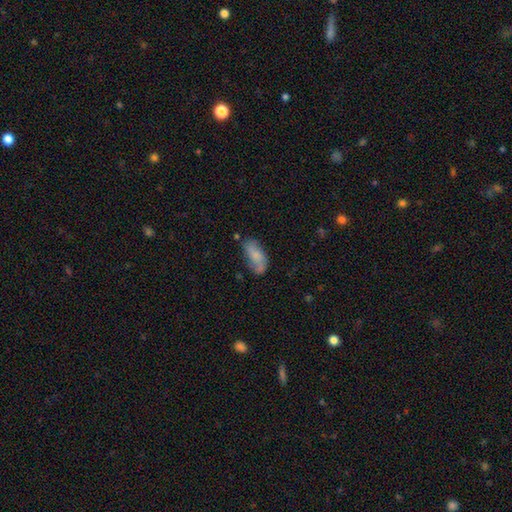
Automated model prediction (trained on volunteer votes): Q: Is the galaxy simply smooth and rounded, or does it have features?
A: smooth — 64%.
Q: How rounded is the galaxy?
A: in between — 87%.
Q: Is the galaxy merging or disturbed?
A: none — 58%.